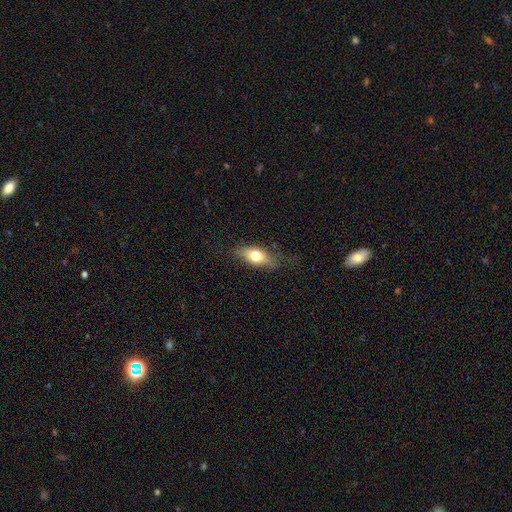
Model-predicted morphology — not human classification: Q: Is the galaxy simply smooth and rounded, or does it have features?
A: smooth — 68%.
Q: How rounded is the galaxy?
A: in between — 79%.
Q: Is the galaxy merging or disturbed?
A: none — 66%.